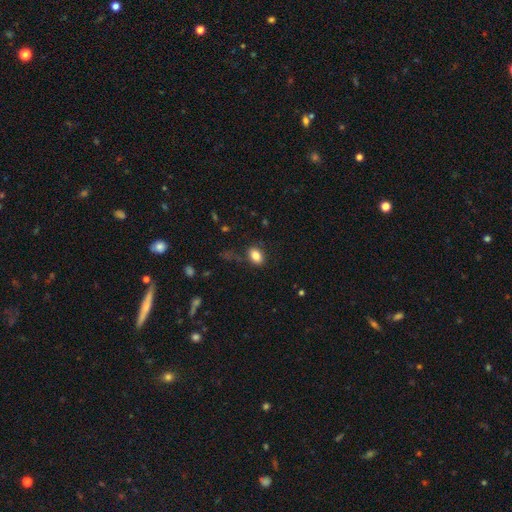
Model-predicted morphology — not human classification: smooth_or_featured: smooth (p=0.84) [alt: star or artifact p=0.09]
how_rounded: in between (p=0.83) [alt: round p=0.16]
merging: none (p=0.80) [alt: minor disturbance p=0.13]